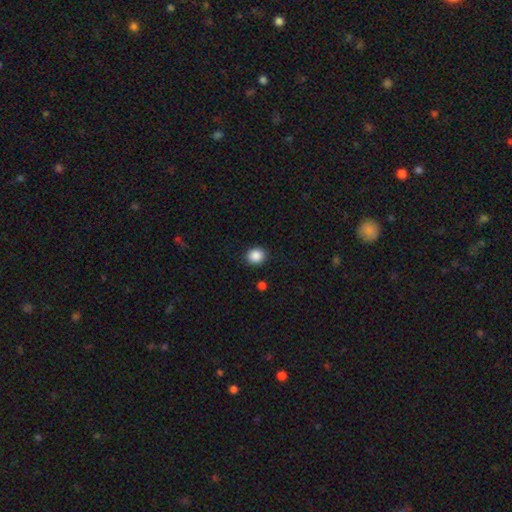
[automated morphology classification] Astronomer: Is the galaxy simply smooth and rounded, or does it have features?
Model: smooth — 88%.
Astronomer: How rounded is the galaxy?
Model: round — 82%.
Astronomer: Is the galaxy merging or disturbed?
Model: none — 90%.